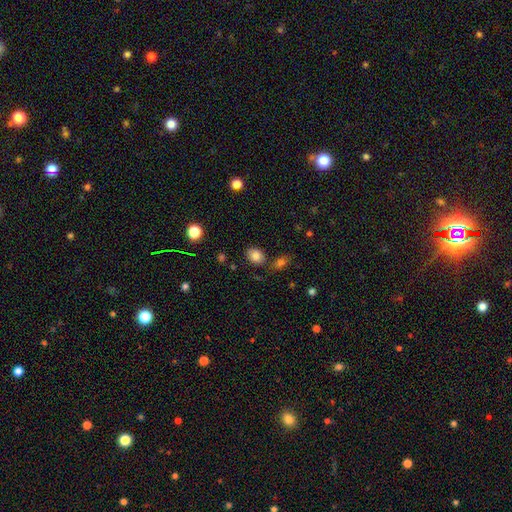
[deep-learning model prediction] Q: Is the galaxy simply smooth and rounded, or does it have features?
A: smooth — 84%.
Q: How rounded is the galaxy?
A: in between — 59%.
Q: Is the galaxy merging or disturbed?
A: none — 74%.